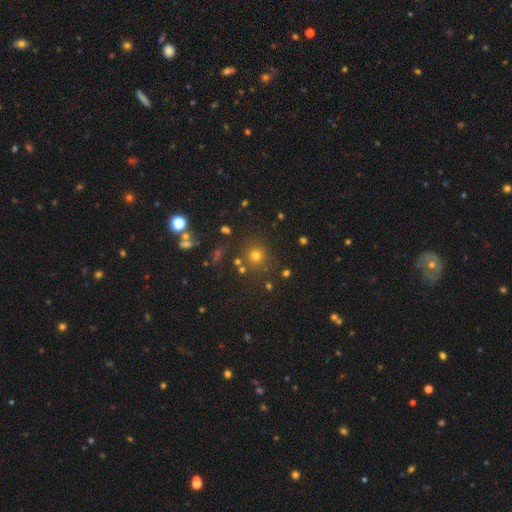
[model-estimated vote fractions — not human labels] This appears to be a smooth galaxy with no disk features (69%) that is round (92%). Merging: none (81%).